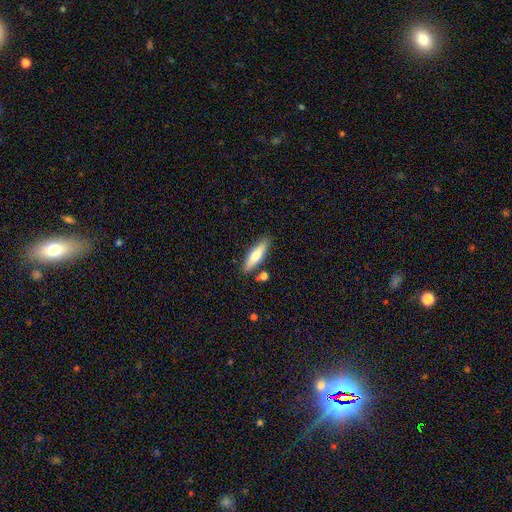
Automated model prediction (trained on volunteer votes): smooth 67%, featured or disk 27%, star or artifact 6%. Down the decision tree: how rounded — cigar-shaped (66%); merging — none (82%).